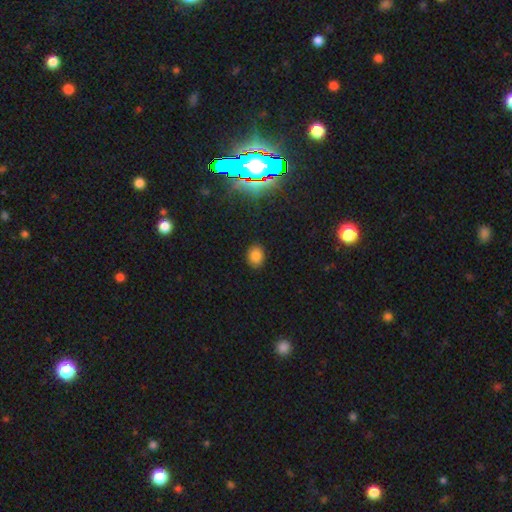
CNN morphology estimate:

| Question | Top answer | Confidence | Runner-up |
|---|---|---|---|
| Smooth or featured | smooth | 79% | star or artifact (15%) |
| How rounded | in between | 52% | round (47%) |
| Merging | none | 86% | minor disturbance (10%) |